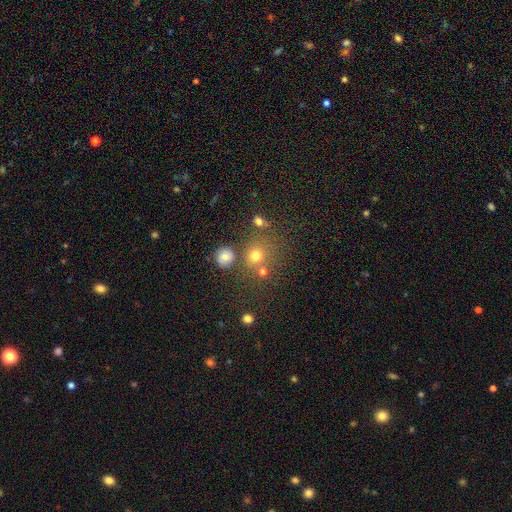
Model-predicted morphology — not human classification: smooth 72%, star or artifact 18%, featured or disk 10%. Down the decision tree: how rounded — round (85%); merging — none (66%).